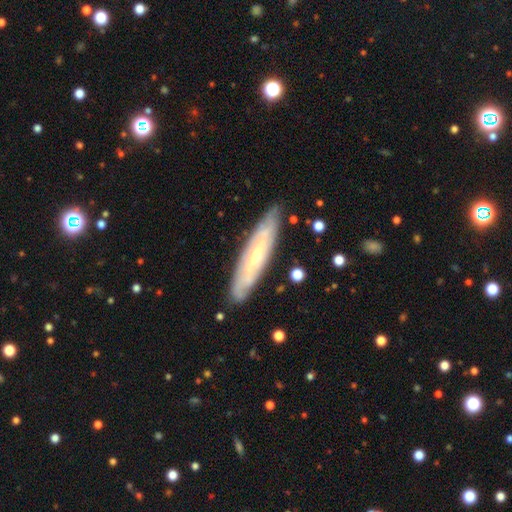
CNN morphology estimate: Smooth or featured? featured or disk (67%)
Edge-on disk? no (54%)
Merging? none (83%)